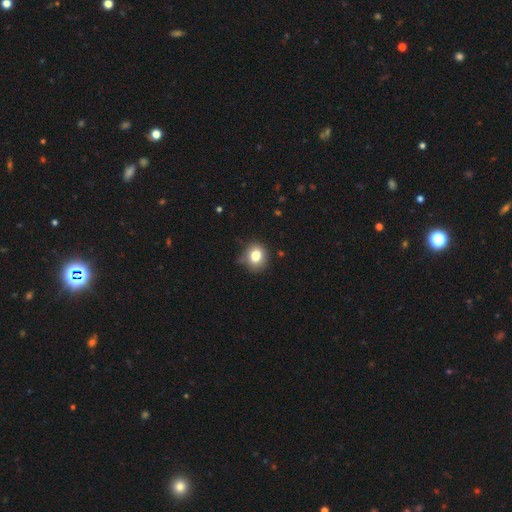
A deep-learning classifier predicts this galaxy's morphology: Smooth or featured: smooth — 80% (star or artifact — 11%)
How rounded: round — 74% (in between — 25%)
Merging: none — 77% (minor disturbance — 17%)